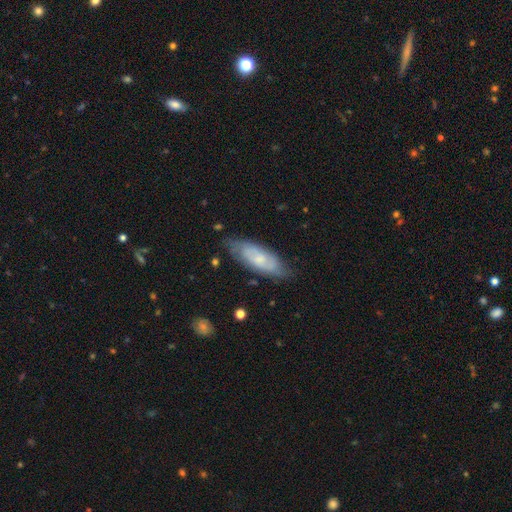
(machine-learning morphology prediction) featured or disk 45%, smooth 43%, star or artifact 13%. Down the decision tree: merging — none (81%).